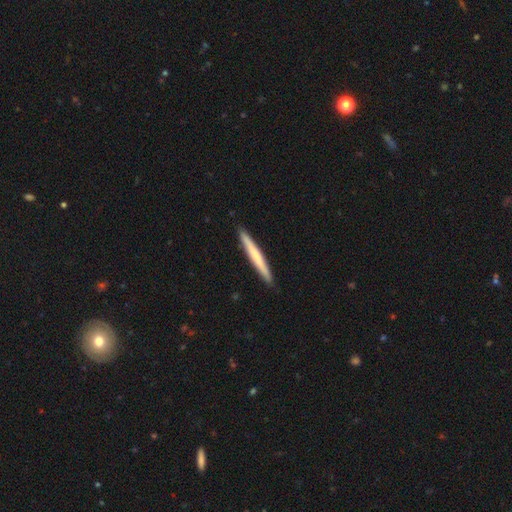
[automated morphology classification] This appears to be a smooth galaxy with no disk features (57%) that is cigar-shaped (97%). Merging: none (92%).